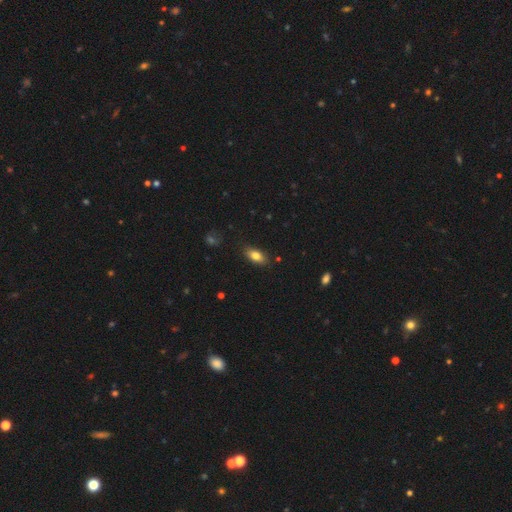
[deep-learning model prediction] smooth 80%, featured or disk 12%, star or artifact 8%. Down the decision tree: how rounded — in between (87%); merging — none (85%).